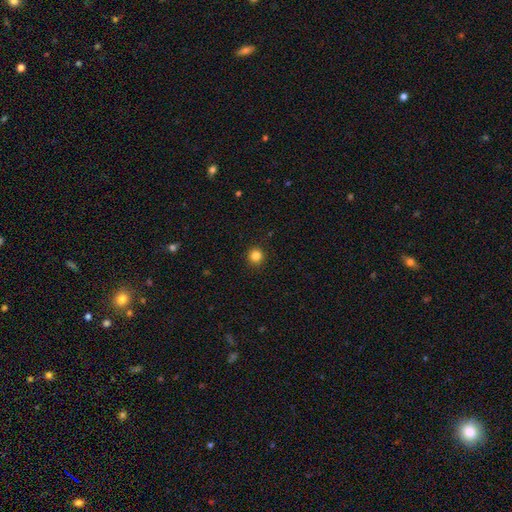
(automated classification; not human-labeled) smooth_or_featured: smooth (p=0.84) [alt: star or artifact p=0.12]
how_rounded: round (p=0.95) [alt: in between p=0.04]
merging: none (p=0.92) [alt: minor disturbance p=0.05]